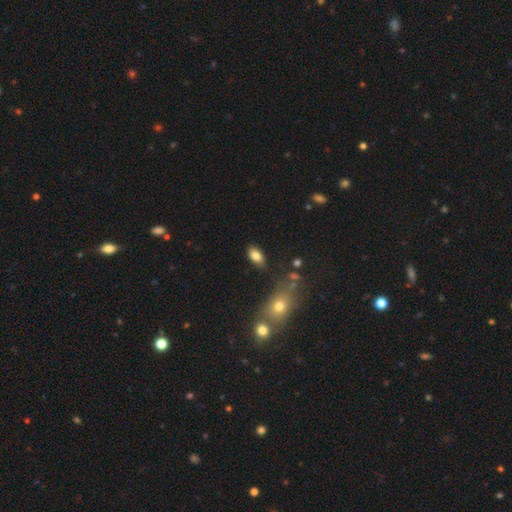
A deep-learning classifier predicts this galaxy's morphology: smooth 81%, featured or disk 10%, star or artifact 9%. Down the decision tree: how rounded — in between (91%); merging — none (80%).